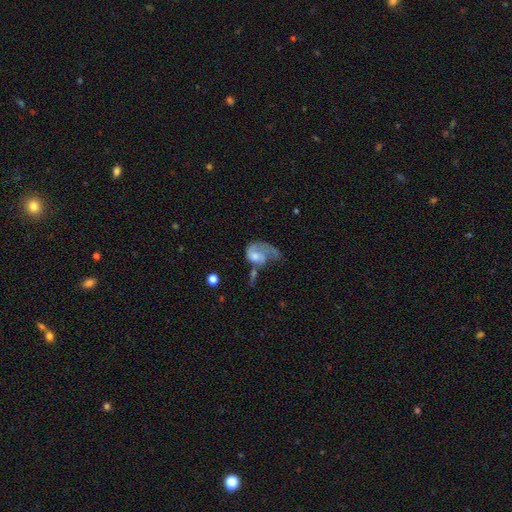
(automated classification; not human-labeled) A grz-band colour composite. It shows a featured or disk galaxy (61%) with no bar (71%), spiral arms (75%) and a moderate central bulge (44%). Merging: major disturbance (50%).